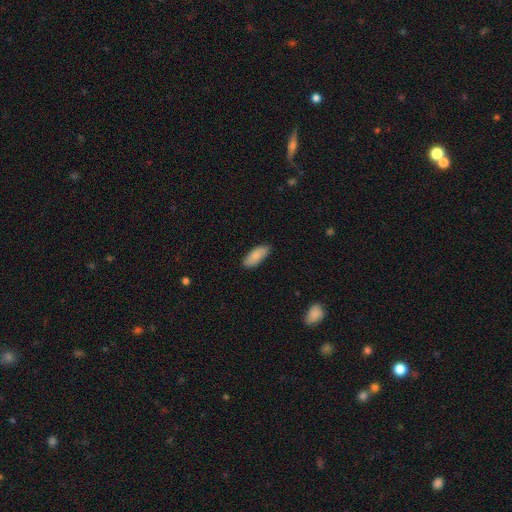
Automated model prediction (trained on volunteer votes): smooth 85%, featured or disk 9%, star or artifact 6%. Down the decision tree: how rounded — in between (80%); merging — none (85%).